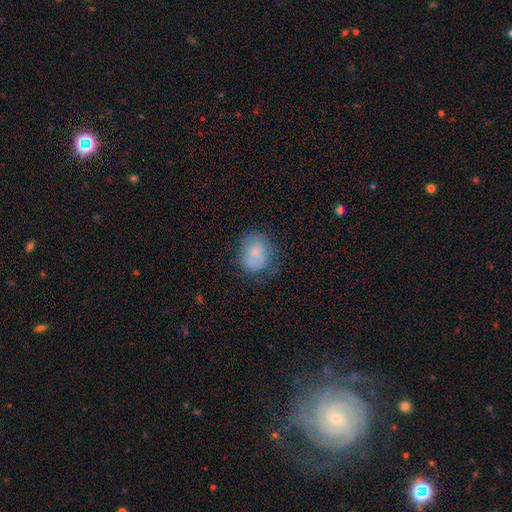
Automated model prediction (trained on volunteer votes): Overall: smooth (71%). How rounded: round (60%; in between 39%). Merging: none (55%; minor disturbance 27%).